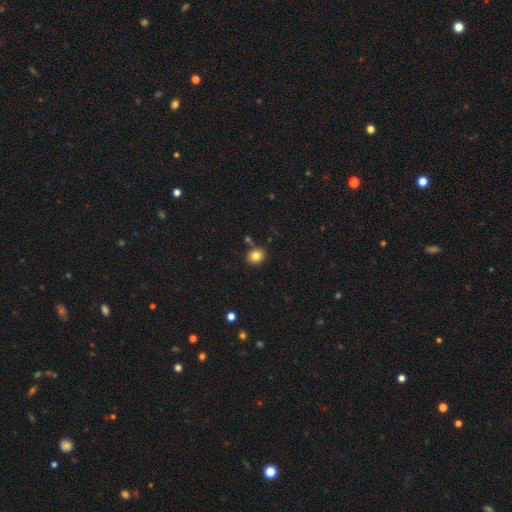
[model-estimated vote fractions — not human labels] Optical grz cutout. It shows a smooth galaxy with no disk features (82%) that is round (64%). Merging: none (82%).